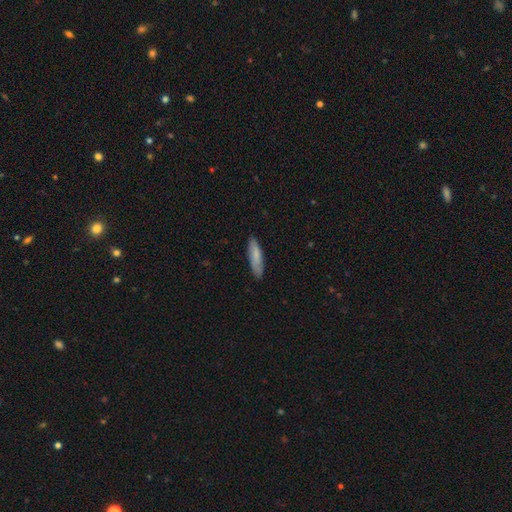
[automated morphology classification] Smooth or featured: smooth — 77% (featured or disk — 18%)
How rounded: cigar-shaped — 63% (in between — 35%)
Merging: none — 83% (minor disturbance — 13%)